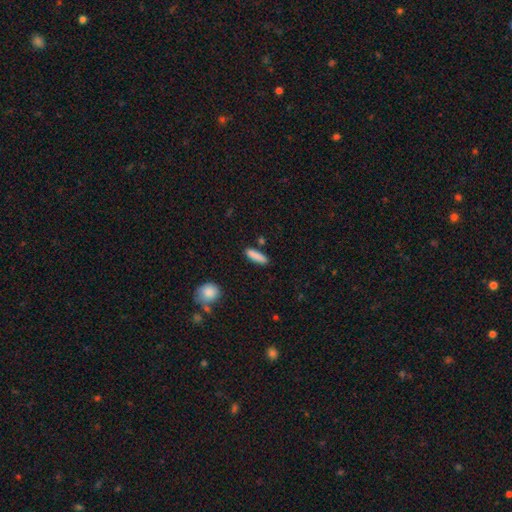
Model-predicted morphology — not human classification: A smooth galaxy with no disk features (87%) that is cigar-shaped (69%).

Vote fractions:
- Smooth or featured? smooth: 87% / featured or disk: 7% / star or artifact: 7%
- How rounded? cigar-shaped: 69% / in between: 29% / round: 2%
- Merging? none: 84% / minor disturbance: 11% / merger: 4% / major disturbance: 2%